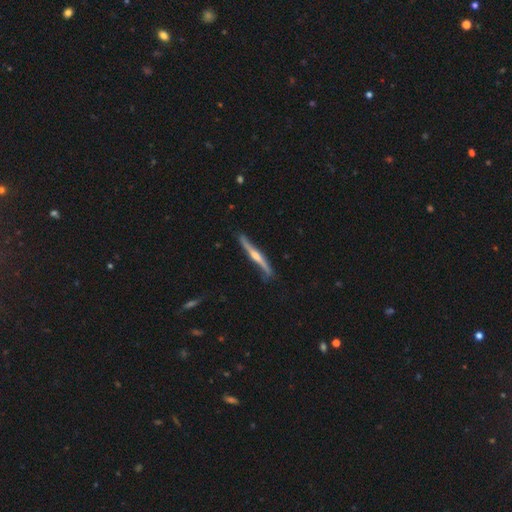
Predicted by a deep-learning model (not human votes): featured or disk 77%, smooth 19%, star or artifact 5%. Down the decision tree: edge-on disk — yes (94%); edge-on bulge — rounded (83%); merging — none (77%).